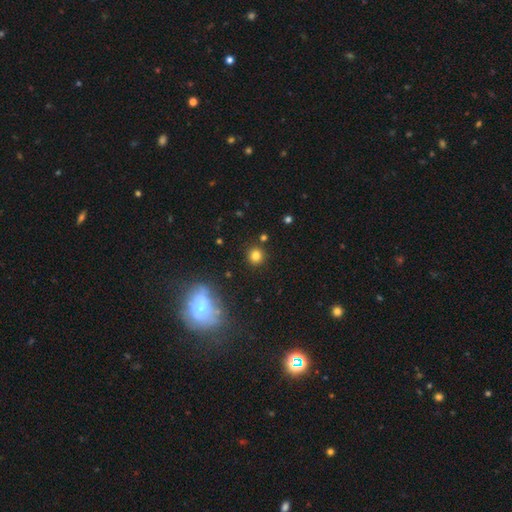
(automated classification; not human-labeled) This is likely a smooth galaxy (80%). How rounded: clearly round (92%). Merging: clearly none (89%).